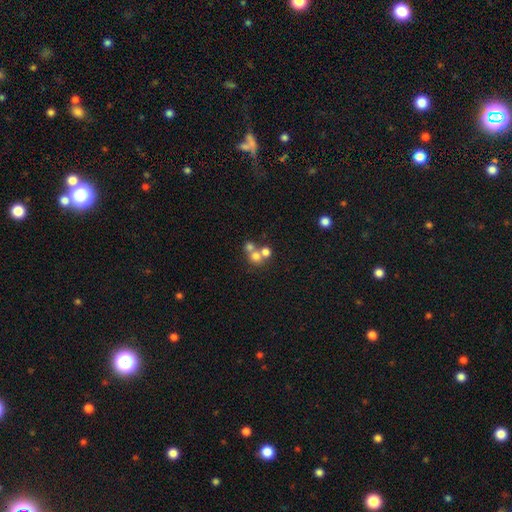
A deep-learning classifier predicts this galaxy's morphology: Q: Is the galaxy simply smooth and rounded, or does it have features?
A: smooth — 65%.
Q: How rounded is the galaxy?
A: round — 83%.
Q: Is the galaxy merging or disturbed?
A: merger — 54%.